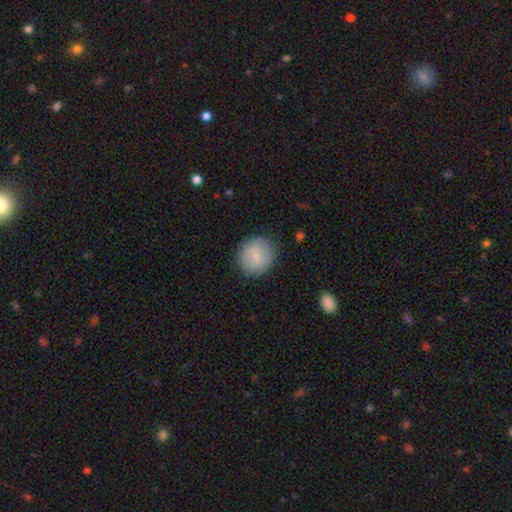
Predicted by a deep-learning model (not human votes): Smooth or featured? Predicted: smooth (p=0.73). How rounded? Predicted: round (p=0.85). Merging? Predicted: none (p=0.84).